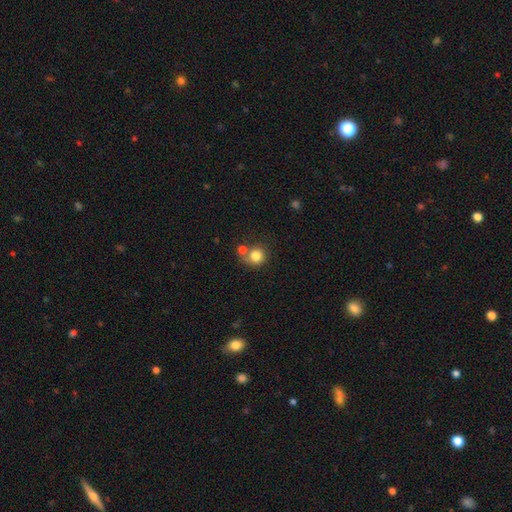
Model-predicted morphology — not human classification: type=smooth (81%); roundness=round (89%); merging=none (55%).